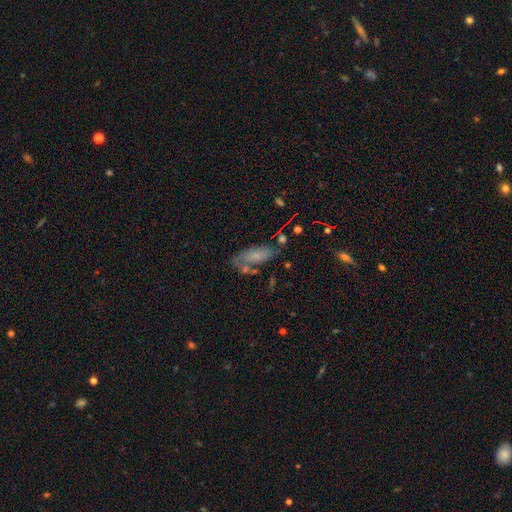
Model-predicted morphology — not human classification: Q: Smooth or featured?
A: smooth (53%); runner-up: featured or disk (33%)
Q: How rounded?
A: in between (80%); runner-up: cigar-shaped (16%)
Q: Merging?
A: none (50%); runner-up: minor disturbance (24%)